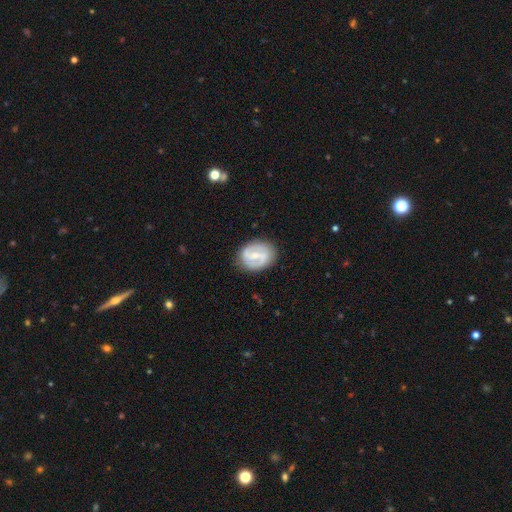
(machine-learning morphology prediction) Smooth or featured?
  - featured or disk: 69% *
  - smooth: 26%
  - star or artifact: 5%
Edge-on disk?
  - no: 97% *
  - yes: 3%
Bar?
  - weak: 51% *
  - strong: 28%
  - no: 22%
Spiral arms?
  - yes: 79% *
  - no: 21%
Spiral winding?
  - medium: 44% *
  - tight: 33%
  - loose: 23%
Spiral arm count?
  - 2: 81% *
  - can't tell: 11%
  - 1: 4%
  - 3: 2%
  - 4: 1%
  - more than 4: 1%
Bulge size?
  - small: 52% *
  - moderate: 39%
  - none: 6%
  - large: 2%
  - dominant: 1%
Merging?
  - none: 80% *
  - minor disturbance: 14%
  - major disturbance: 4%
  - merger: 1%